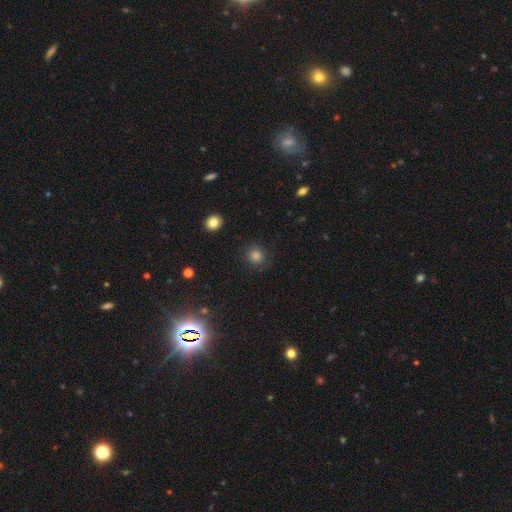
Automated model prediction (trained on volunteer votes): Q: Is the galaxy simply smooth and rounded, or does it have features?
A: smooth — 76%.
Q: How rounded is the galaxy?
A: round — 87%.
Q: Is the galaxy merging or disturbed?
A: none — 85%.